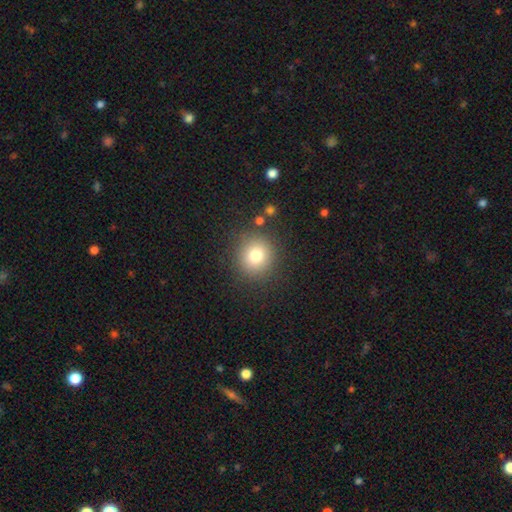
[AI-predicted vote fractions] smooth-or-featured: smooth: 77% | star or artifact: 13% | featured or disk: 10%
  how-rounded: round: 88% | in between: 11% | cigar-shaped: 1%
  merging: none: 86% | minor disturbance: 8% | major disturbance: 4% | merger: 3%